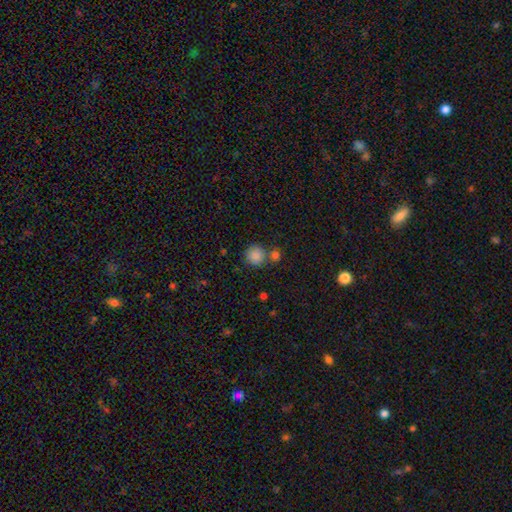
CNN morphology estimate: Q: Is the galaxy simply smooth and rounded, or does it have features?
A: smooth — 86%.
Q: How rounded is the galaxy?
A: round — 91%.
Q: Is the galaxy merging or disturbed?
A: none — 65%.